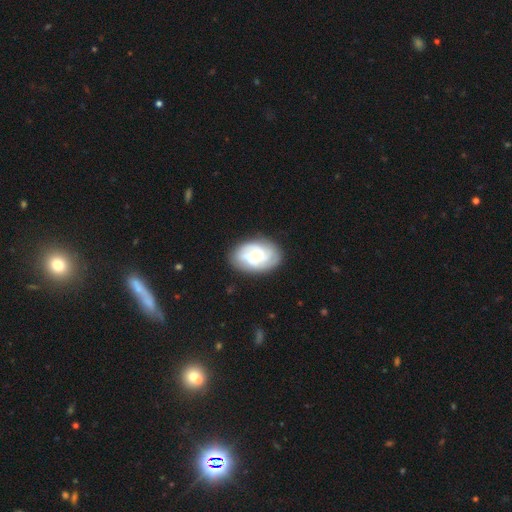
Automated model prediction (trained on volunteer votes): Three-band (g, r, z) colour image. It shows a featured or disk galaxy (63%) with no bar (70%), tight (56%) spiral arms (89%) and a small central bulge (54%). Merging: none (76%).